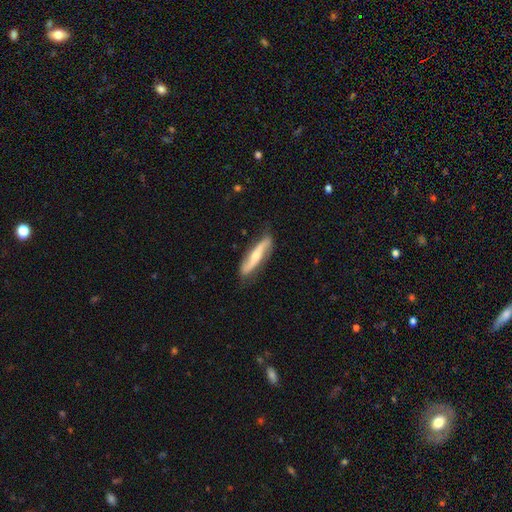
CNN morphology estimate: A featured or disk galaxy (69%). Merging: none (79%).